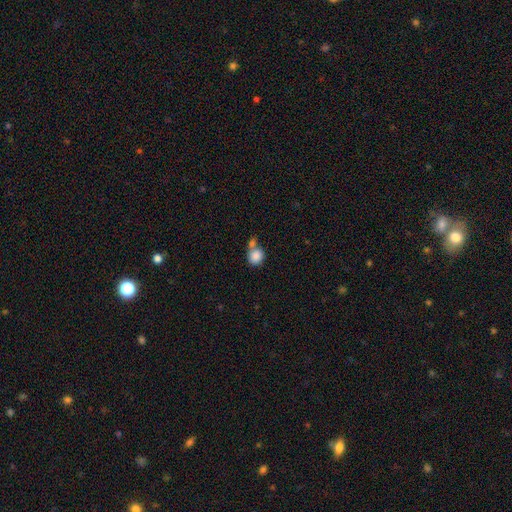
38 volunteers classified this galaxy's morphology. Q: Smooth or featured?
A: smooth (92%); runner-up: star or artifact (5%)
Q: How rounded?
A: round (91%); runner-up: in between (9%)
Q: Merging?
A: none (53%); runner-up: merger (31%)